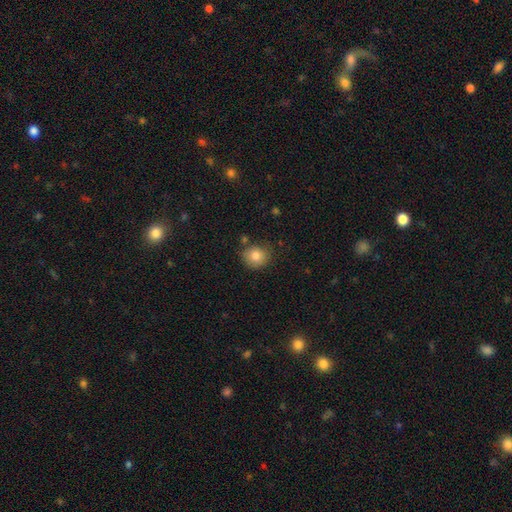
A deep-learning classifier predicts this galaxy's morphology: This is clearly a smooth galaxy (83%). How rounded: clearly round (80%). Merging: likely none (76%).